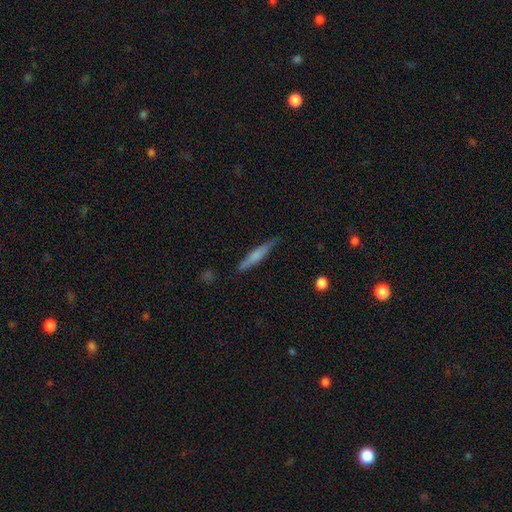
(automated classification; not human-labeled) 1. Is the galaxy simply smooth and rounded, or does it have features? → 60% smooth, 34% featured or disk, 6% star or artifact.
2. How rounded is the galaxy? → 92% cigar-shaped, 6% in between, 2% round.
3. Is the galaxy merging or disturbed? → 81% none, 14% minor disturbance, 3% major disturbance, 2% merger.